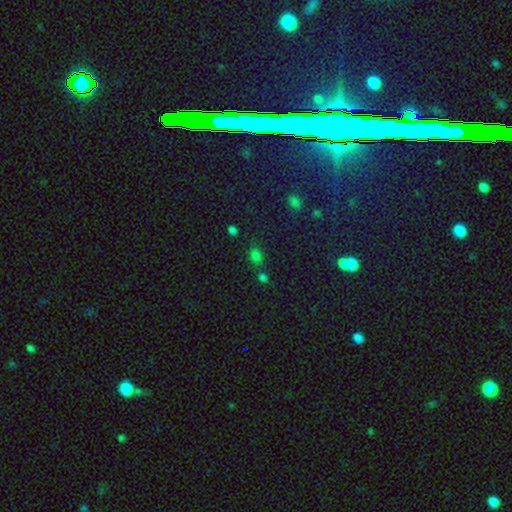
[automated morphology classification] type=smooth (63%); roundness=in between (54%); merging=none (62%).